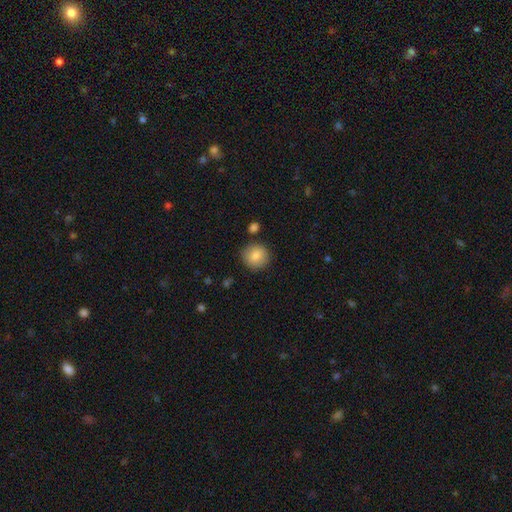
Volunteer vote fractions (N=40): Smooth or featured?
  - smooth: 90% *
  - featured or disk: 8%
  - star or artifact: 2%
How rounded?
  - round: 94% *
  - in between: 6%
  - cigar-shaped: 0%
Merging?
  - none: 92% *
  - minor disturbance: 3%
  - major disturbance: 3%
  - merger: 3%